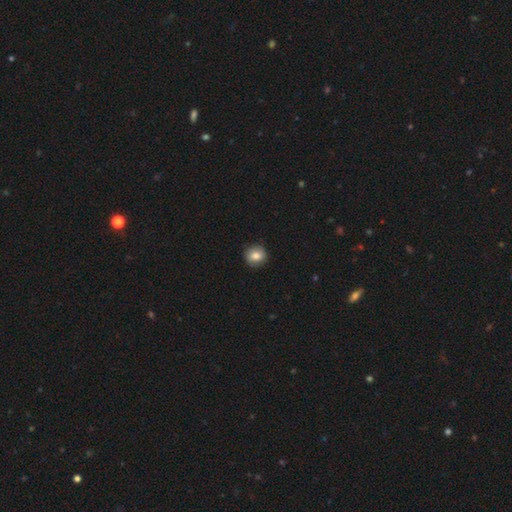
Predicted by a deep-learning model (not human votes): smooth 79%, featured or disk 12%, star or artifact 8%. Down the decision tree: how rounded — round (86%); merging — none (86%).